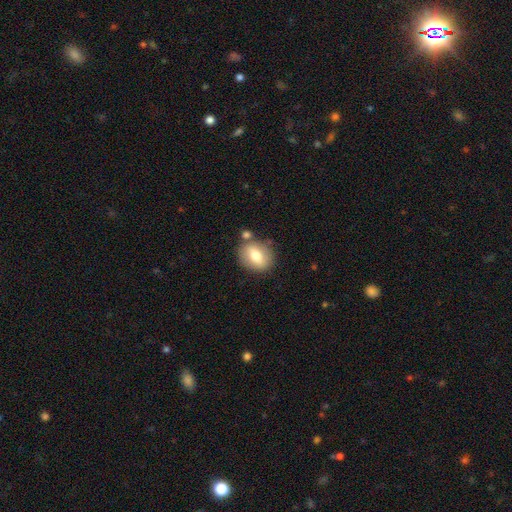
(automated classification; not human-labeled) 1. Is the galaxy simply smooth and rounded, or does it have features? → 66% smooth, 27% featured or disk, 8% star or artifact.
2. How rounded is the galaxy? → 49% in between (tied), 49% round (tied), 2% cigar-shaped.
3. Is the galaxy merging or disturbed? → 73% none, 13% minor disturbance, 10% merger, 4% major disturbance.